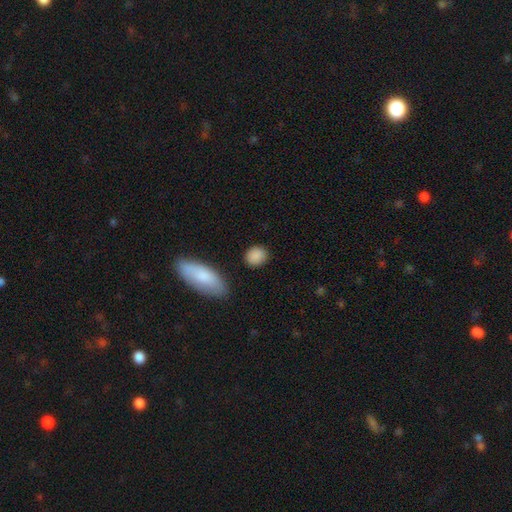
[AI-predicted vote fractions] Smooth or featured? smooth (89%)
How rounded? round (65%)
Merging? none (84%)